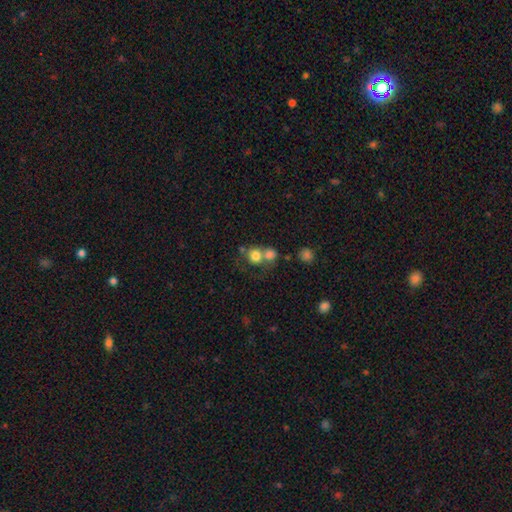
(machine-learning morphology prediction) Q: Smooth or featured?
A: smooth (78%); runner-up: star or artifact (12%)
Q: How rounded?
A: round (84%); runner-up: in between (15%)
Q: Merging?
A: merger (46%); runner-up: none (41%)